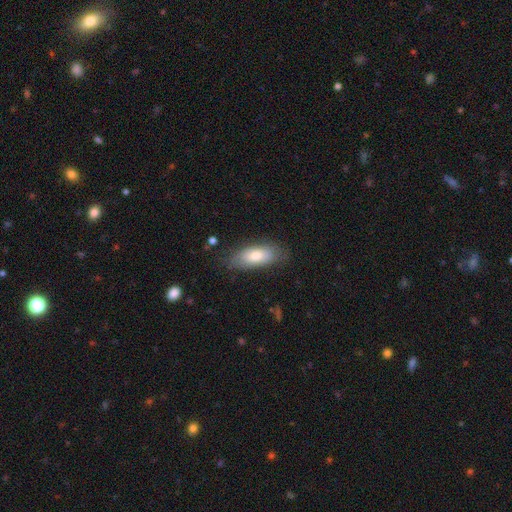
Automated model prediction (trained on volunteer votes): smooth-or-featured: smooth: 74% | featured or disk: 20% | star or artifact: 6%
  how-rounded: in between: 81% | cigar-shaped: 17% | round: 2%
  merging: none: 76% | minor disturbance: 18% | major disturbance: 4% | merger: 1%